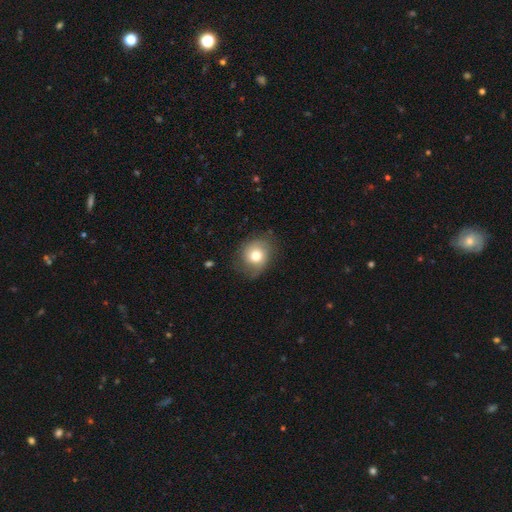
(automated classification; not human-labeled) smooth_or_featured: smooth (p=0.64) [alt: featured or disk p=0.27]
how_rounded: round (p=0.67) [alt: in between p=0.32]
merging: none (p=0.67) [alt: minor disturbance p=0.23]